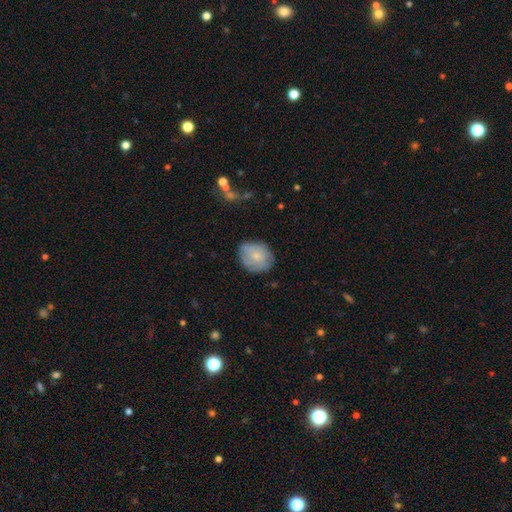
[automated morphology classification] smooth_or_featured: smooth (p=0.57) [alt: featured or disk p=0.36]
how_rounded: round (p=0.59) [alt: in between p=0.40]
merging: none (p=0.72) [alt: minor disturbance p=0.21]